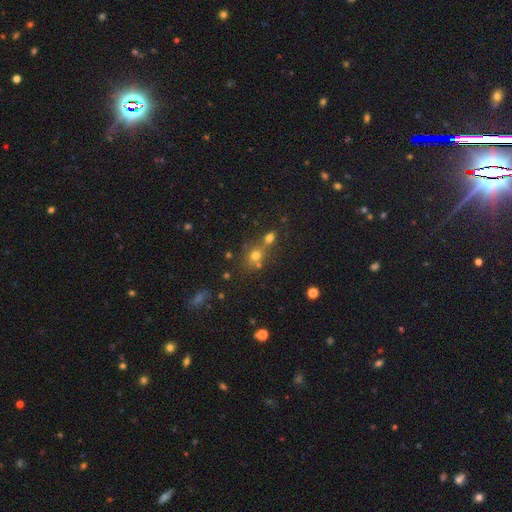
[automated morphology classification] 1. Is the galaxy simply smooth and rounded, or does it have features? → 64% smooth, 24% star or artifact, 13% featured or disk.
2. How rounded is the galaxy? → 72% round, 26% in between, 2% cigar-shaped.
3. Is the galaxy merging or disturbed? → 49% none, 38% merger, 9% minor disturbance, 4% major disturbance.